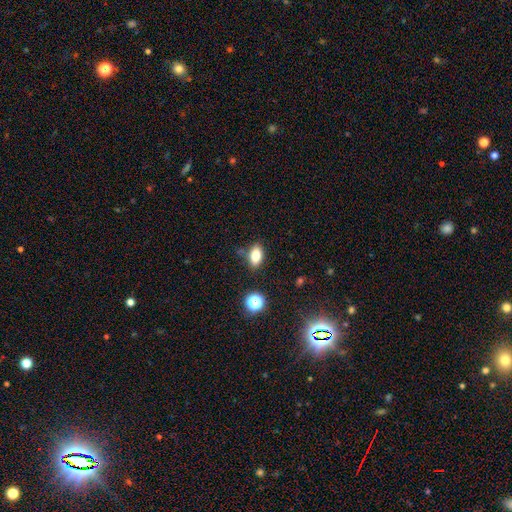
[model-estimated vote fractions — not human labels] This appears to be a smooth galaxy with no disk features (79%) that is in between round and cigar-shaped (86%). Merging: none (82%).